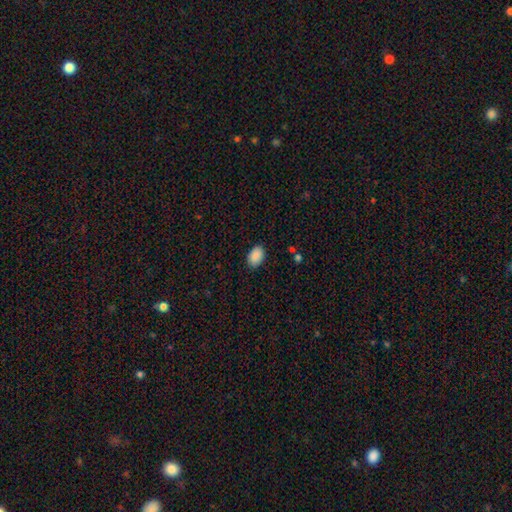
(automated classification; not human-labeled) smooth 90%, star or artifact 7%, featured or disk 3%. Down the decision tree: how rounded — in between (87%); merging — none (86%).